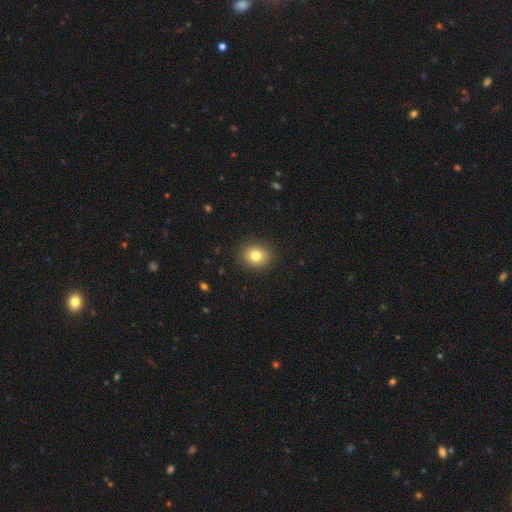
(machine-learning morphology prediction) Smooth or featured?
  - smooth: 80% *
  - star or artifact: 11%
  - featured or disk: 9%
How rounded?
  - round: 74% *
  - in between: 26%
  - cigar-shaped: 1%
Merging?
  - none: 90% *
  - minor disturbance: 7%
  - major disturbance: 2%
  - merger: 1%